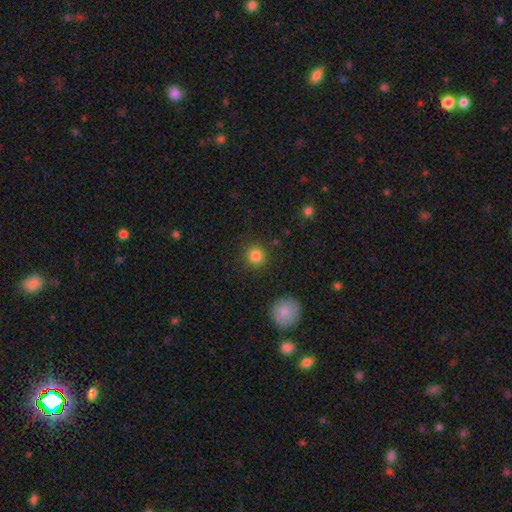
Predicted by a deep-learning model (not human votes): Q: Smooth or featured?
A: smooth (84%); runner-up: star or artifact (11%)
Q: How rounded?
A: round (92%); runner-up: in between (7%)
Q: Merging?
A: none (89%); runner-up: minor disturbance (7%)